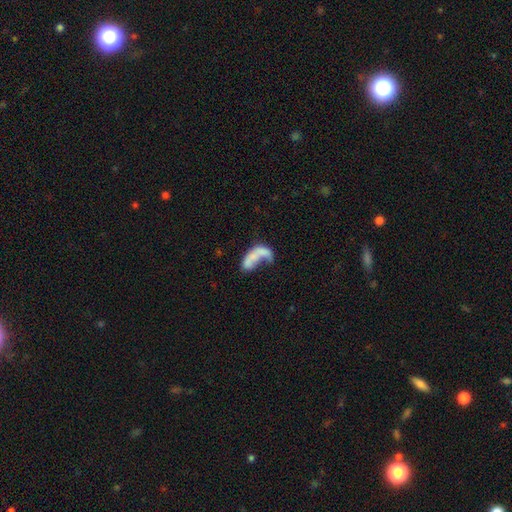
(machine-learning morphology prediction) Smooth or featured? Predicted: smooth (p=0.49). Merging? Predicted: major disturbance (p=0.40).